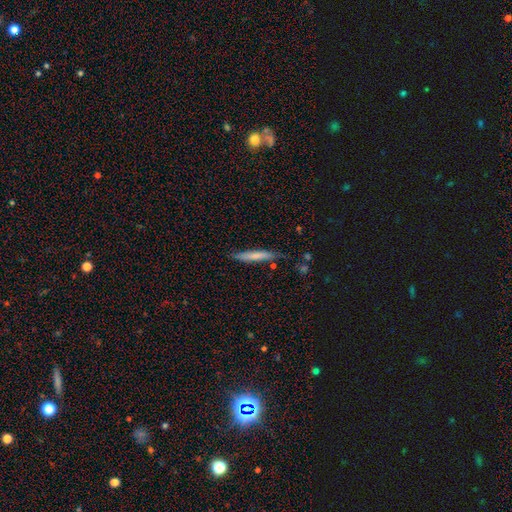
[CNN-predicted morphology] Smooth or featured? smooth (69%)
How rounded? cigar-shaped (94%)
Merging? none (79%)